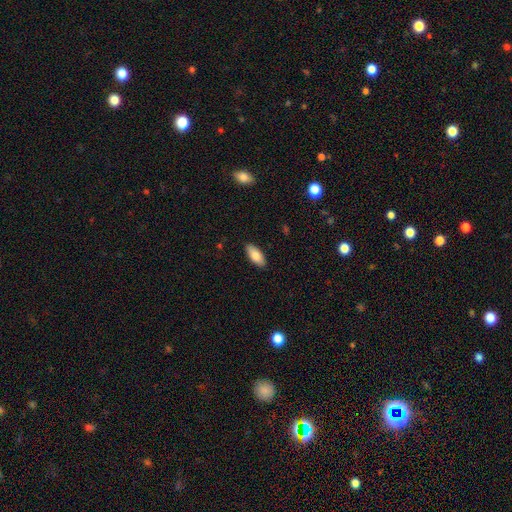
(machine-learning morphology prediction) Smooth or featured? smooth (82%)
How rounded? in between (86%)
Merging? none (89%)